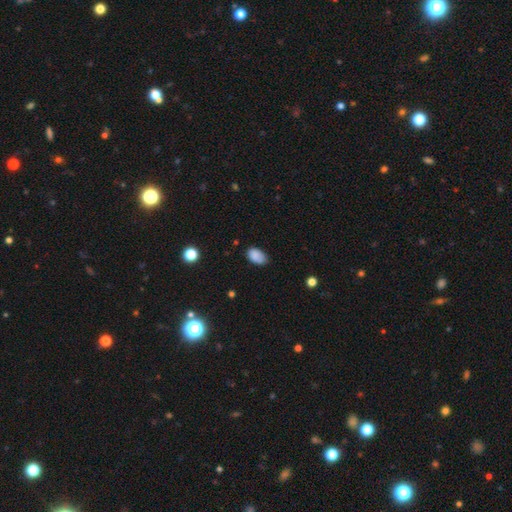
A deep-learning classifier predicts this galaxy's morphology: Smooth or featured? Predicted: smooth (p=0.85). How rounded? Predicted: in between (p=0.90). Merging? Predicted: none (p=0.67).